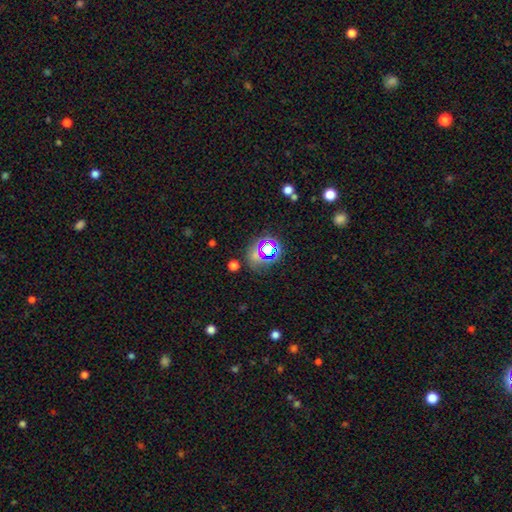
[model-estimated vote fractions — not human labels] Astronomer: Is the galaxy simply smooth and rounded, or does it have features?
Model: star or artifact — 65%.